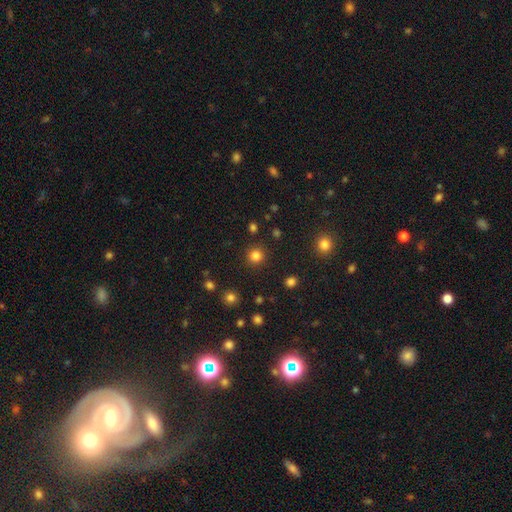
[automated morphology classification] Smooth or featured: smooth — 82% (star or artifact — 14%)
How rounded: round — 94% (in between — 5%)
Merging: none — 91% (minor disturbance — 5%)